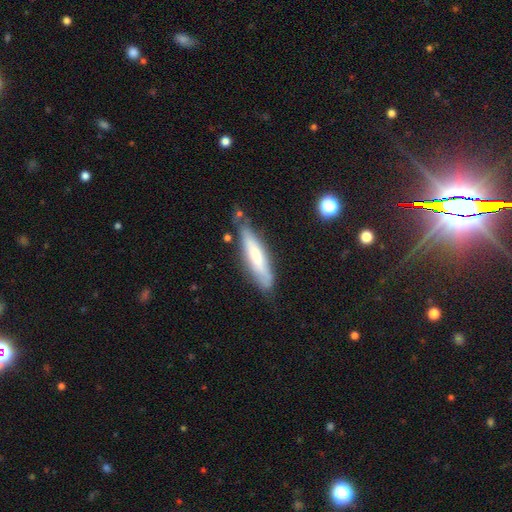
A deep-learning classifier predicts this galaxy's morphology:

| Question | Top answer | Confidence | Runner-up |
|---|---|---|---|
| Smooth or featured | smooth | 58% | featured or disk (35%) |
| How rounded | cigar-shaped | 79% | in between (20%) |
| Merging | none | 68% | minor disturbance (23%) |